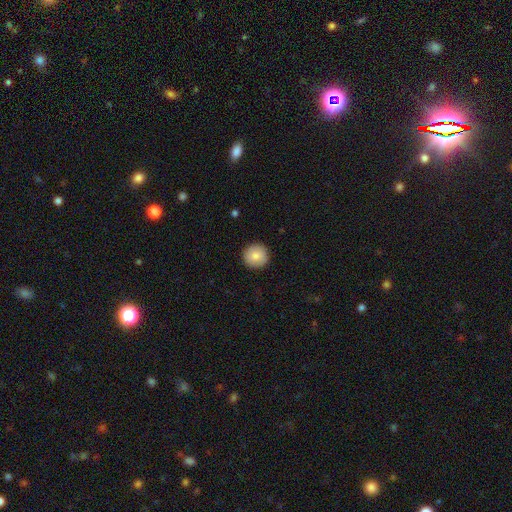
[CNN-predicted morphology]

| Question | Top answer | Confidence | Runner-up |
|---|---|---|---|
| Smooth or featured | smooth | 84% | featured or disk (9%) |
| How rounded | round | 95% | in between (4%) |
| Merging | none | 92% | minor disturbance (6%) |